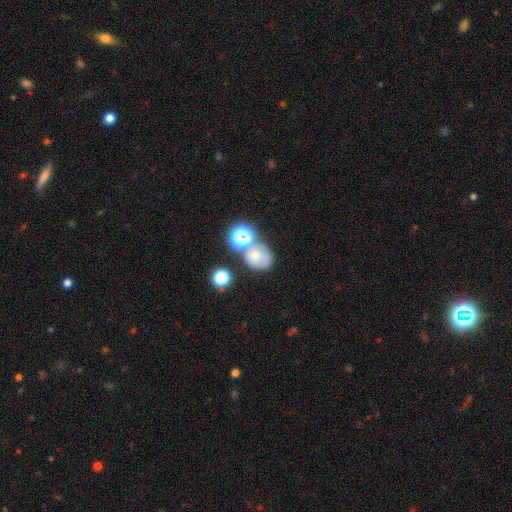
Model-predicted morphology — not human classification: Q: Smooth or featured?
A: smooth (58%); runner-up: star or artifact (22%)
Q: How rounded?
A: round (72%); runner-up: in between (27%)
Q: Merging?
A: none (48%); runner-up: merger (31%)